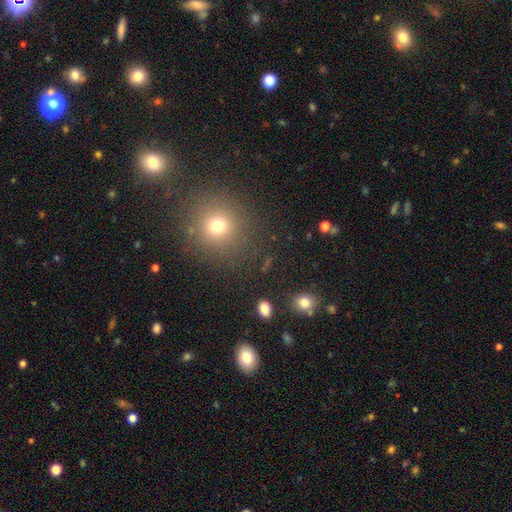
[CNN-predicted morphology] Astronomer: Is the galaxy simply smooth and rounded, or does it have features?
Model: smooth — 55% (runner-up: star or artifact, 38%).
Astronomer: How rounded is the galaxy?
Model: round — 91%.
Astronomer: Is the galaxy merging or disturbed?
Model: none — 87%.